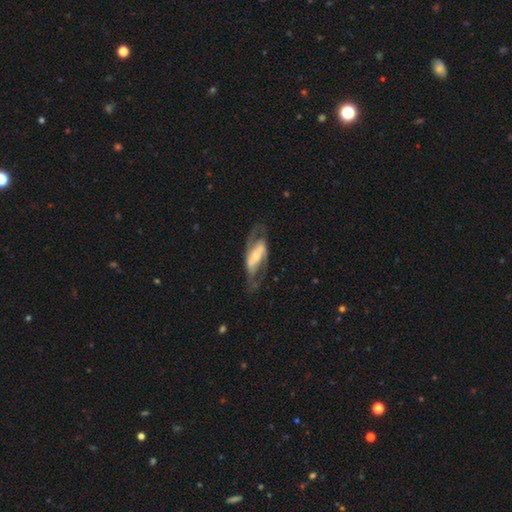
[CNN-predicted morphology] This appears to be a featured or disk galaxy (81%) with a strong bar (53%), 2 (87%) medium (49%) spiral arms (85%) and a moderate central bulge (46%). Merging: none (67%).